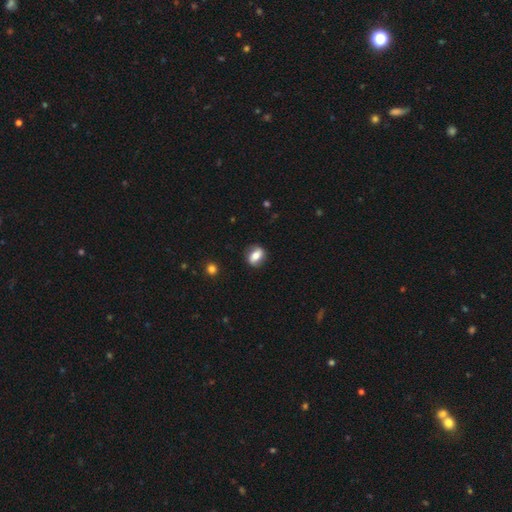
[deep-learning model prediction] smooth-or-featured: smooth: 61% | featured or disk: 31% | star or artifact: 8%
  how-rounded: in between: 64% | round: 32% | cigar-shaped: 4%
  merging: none: 81% | minor disturbance: 13% | major disturbance: 4% | merger: 1%